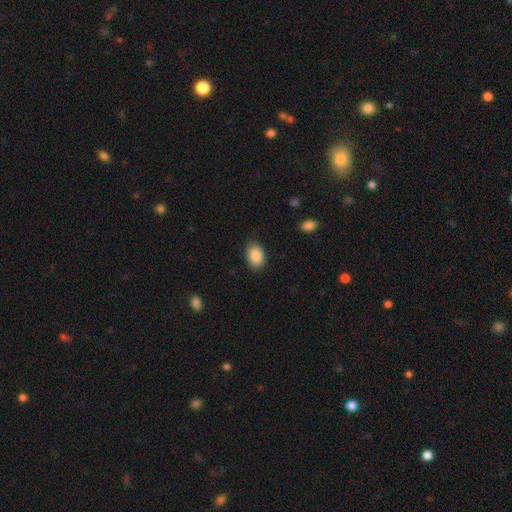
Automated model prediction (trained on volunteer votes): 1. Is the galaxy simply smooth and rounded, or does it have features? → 89% smooth, 7% star or artifact, 4% featured or disk.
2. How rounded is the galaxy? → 87% in between, 12% round, 1% cigar-shaped.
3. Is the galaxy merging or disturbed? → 83% none, 13% minor disturbance, 3% major disturbance, 1% merger.